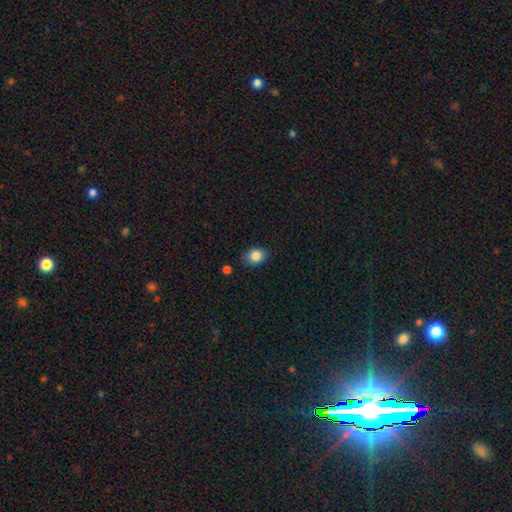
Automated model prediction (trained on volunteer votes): Morphology: type=smooth (85%); roundness=in between (61%); merging=none (84%).